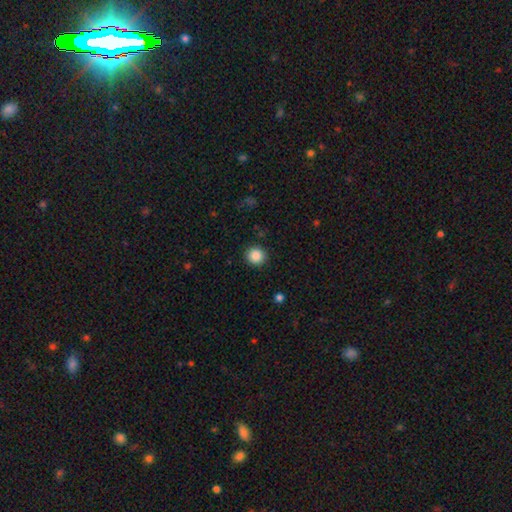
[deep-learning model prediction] Smooth or featured: smooth — 87% (star or artifact — 9%)
How rounded: round — 93% (in between — 6%)
Merging: none — 91% (minor disturbance — 6%)